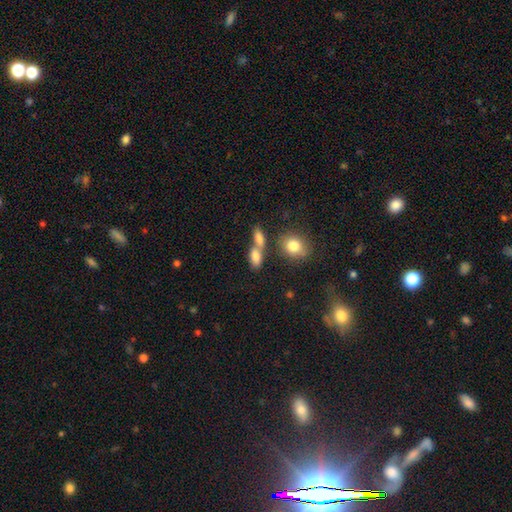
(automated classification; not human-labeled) Smooth or featured: smooth — 79% (featured or disk — 11%)
How rounded: in between — 78% (round — 11%)
Merging: merger — 44% (none — 40%)